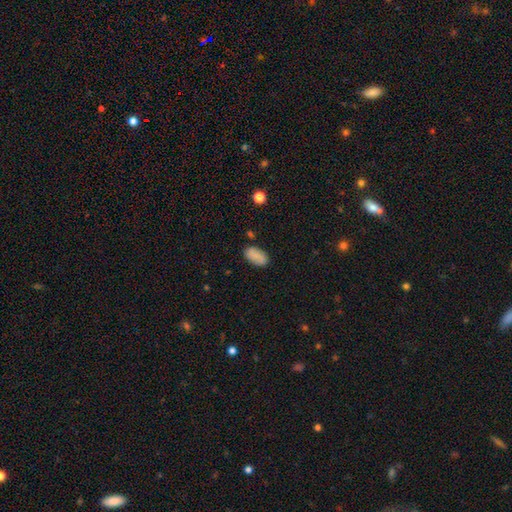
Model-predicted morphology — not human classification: This is clearly a smooth galaxy (83%). How rounded: clearly in between (94%). Merging: clearly none (81%).